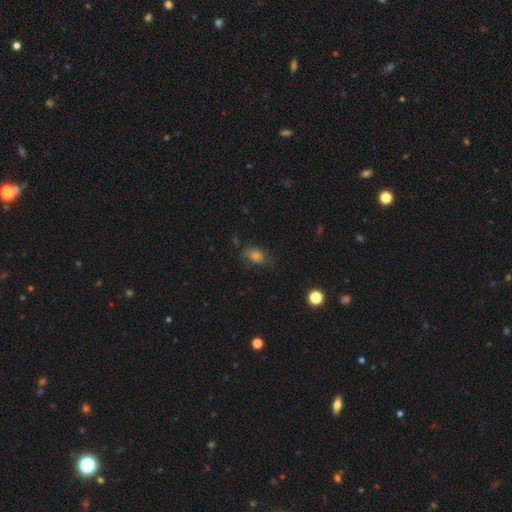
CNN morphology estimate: smooth_or_featured: smooth (p=0.58) [alt: star or artifact p=0.22]
how_rounded: in between (p=0.73) [alt: round p=0.25]
merging: none (p=0.67) [alt: minor disturbance p=0.21]